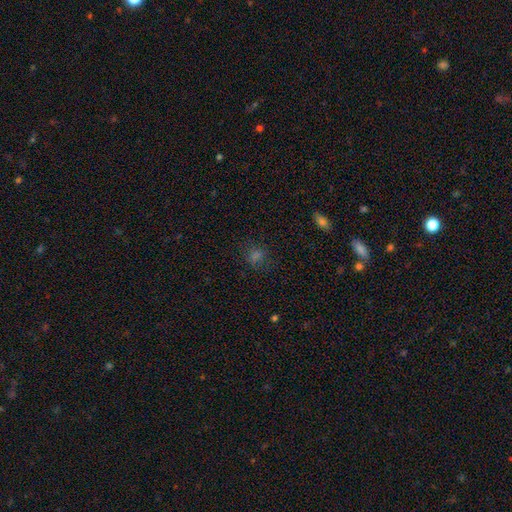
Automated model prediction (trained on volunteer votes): Overall: smooth (60%; star or artifact 31%). How rounded: round (69%; in between 29%). Merging: none (79%).